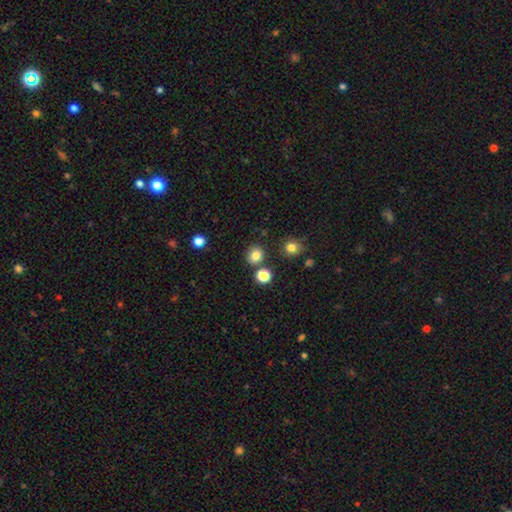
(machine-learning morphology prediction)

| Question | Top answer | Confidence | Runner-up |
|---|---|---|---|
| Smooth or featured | smooth | 80% | star or artifact (14%) |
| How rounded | round | 80% | in between (19%) |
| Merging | none | 81% | minor disturbance (9%) |